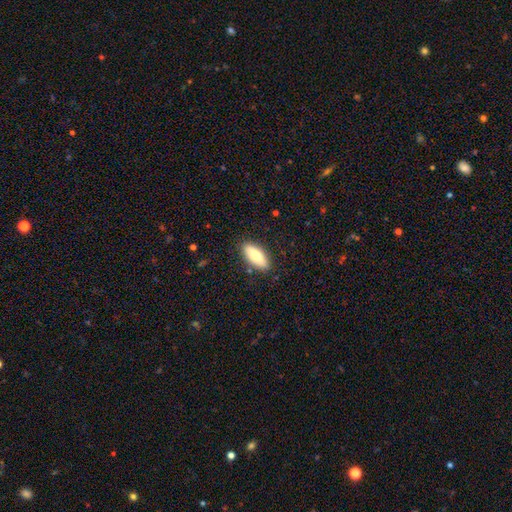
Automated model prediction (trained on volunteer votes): Overall: smooth (70%). How rounded: in between (69%). Merging: none (87%).